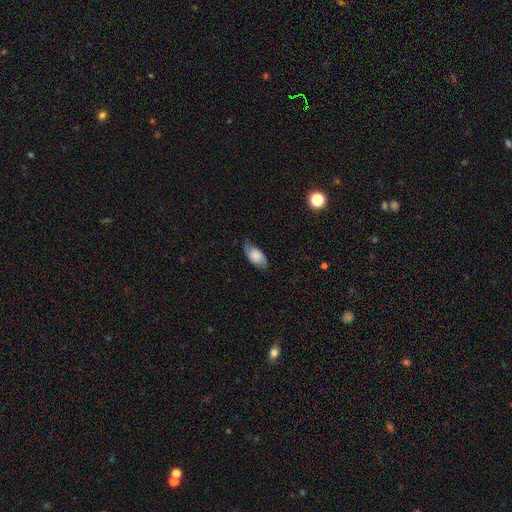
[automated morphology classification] Q: Smooth or featured?
A: smooth (57%); runner-up: featured or disk (34%)
Q: How rounded?
A: in between (92%); runner-up: round (5%)
Q: Merging?
A: none (65%); runner-up: minor disturbance (26%)